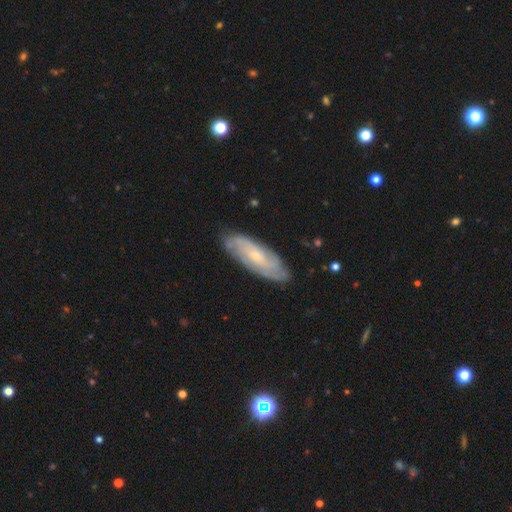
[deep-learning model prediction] Smooth or featured? featured or disk (74%)
Edge-on disk? no (86%)
Bar? no (63%)
Spiral arms? yes (92%)
Spiral winding? tight (60%)
Spiral arm count? can't tell (42%)
Bulge size? small (70%)
Merging? none (82%)